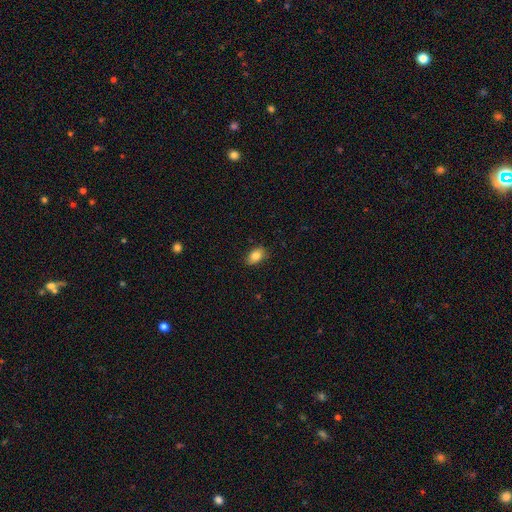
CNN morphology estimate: Overall: smooth (85%). How rounded: in between (88%). Merging: none (84%).